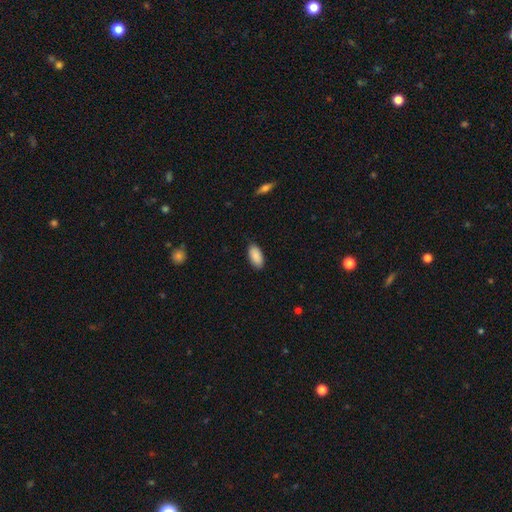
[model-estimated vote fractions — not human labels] smooth 89%, star or artifact 6%, featured or disk 4%. Down the decision tree: how rounded — in between (93%); merging — none (86%).